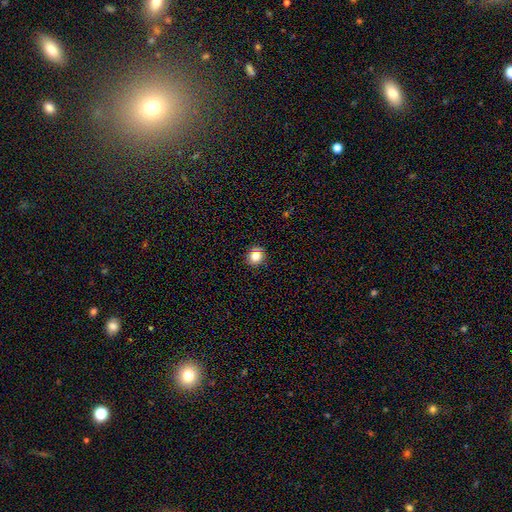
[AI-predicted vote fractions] This appears to be a smooth galaxy with no disk features (78%) that is round (90%). Merging: none (91%).